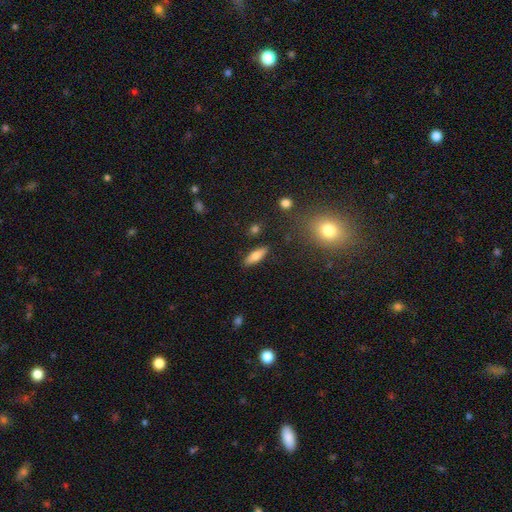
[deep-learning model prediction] Smooth or featured?
  - smooth: 73% *
  - featured or disk: 20%
  - star or artifact: 8%
How rounded?
  - in between: 55% *
  - cigar-shaped: 42%
  - round: 3%
Merging?
  - none: 86% *
  - minor disturbance: 9%
  - major disturbance: 2%
  - merger: 2%